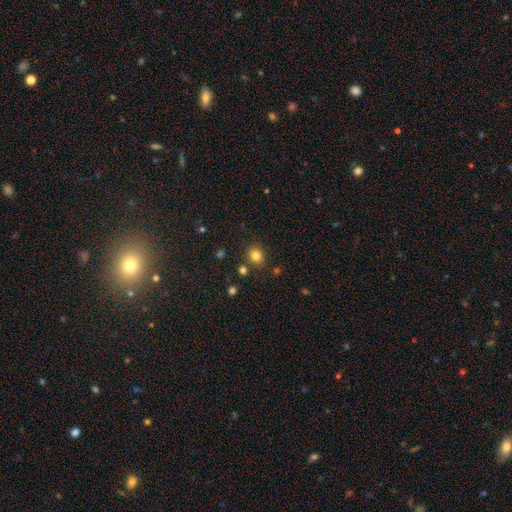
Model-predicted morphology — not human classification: Overall: smooth (81%). How rounded: round (76%). Merging: none (83%).